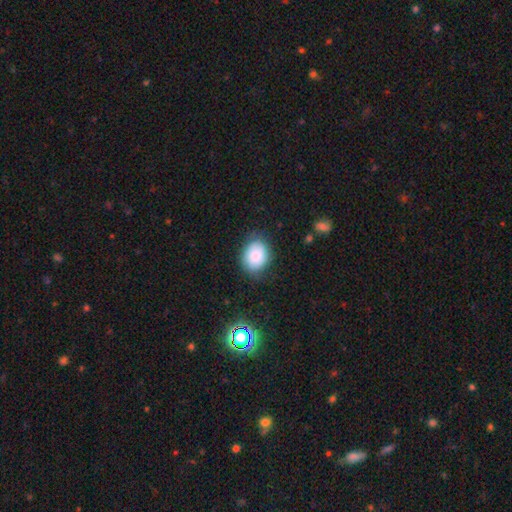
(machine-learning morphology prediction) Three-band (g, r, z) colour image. It shows a smooth galaxy with no disk features (79%) that is in between round and cigar-shaped (50%, tied with round). Merging: none (73%).